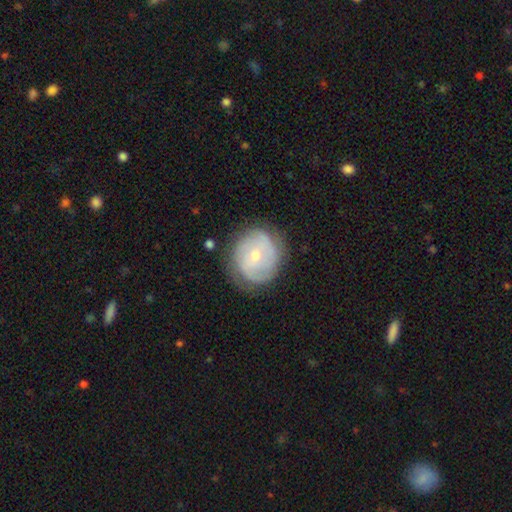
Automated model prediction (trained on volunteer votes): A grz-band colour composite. It shows a featured or disk galaxy (64%) with no bar (57%), spiral arms (80%) and a small central bulge (55%). Merging: none (72%).